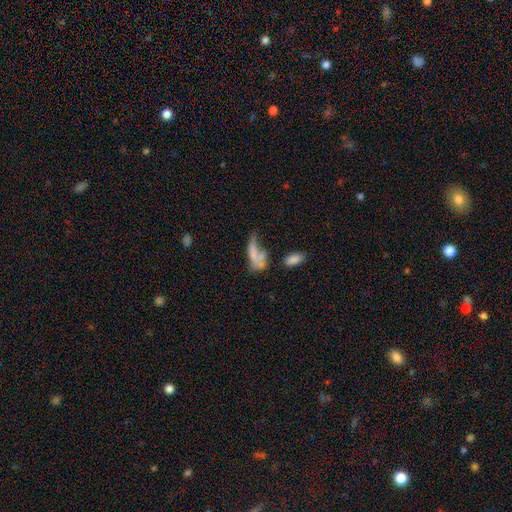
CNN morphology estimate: This is possibly a smooth galaxy (59%). How rounded: likely in between (66%). Merging: marginally major disturbance (34%).